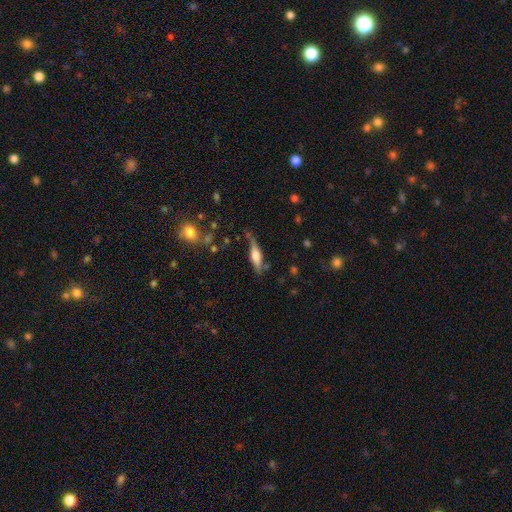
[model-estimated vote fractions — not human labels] smooth-or-featured: featured or disk: 55% | smooth: 39% | star or artifact: 7%
  disk-edge-on: yes: 88% | no: 12%
  merging: none: 64% | minor disturbance: 24% | major disturbance: 8% | merger: 4%